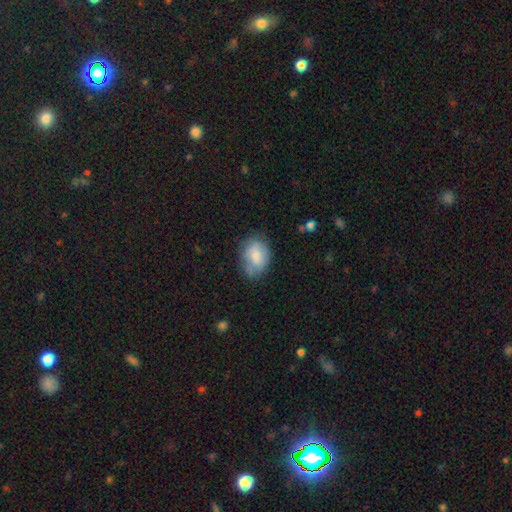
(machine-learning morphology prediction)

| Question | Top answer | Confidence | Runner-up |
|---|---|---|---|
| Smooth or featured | smooth | 74% | featured or disk (19%) |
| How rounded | in between | 76% | round (23%) |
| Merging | none | 61% | minor disturbance (28%) |